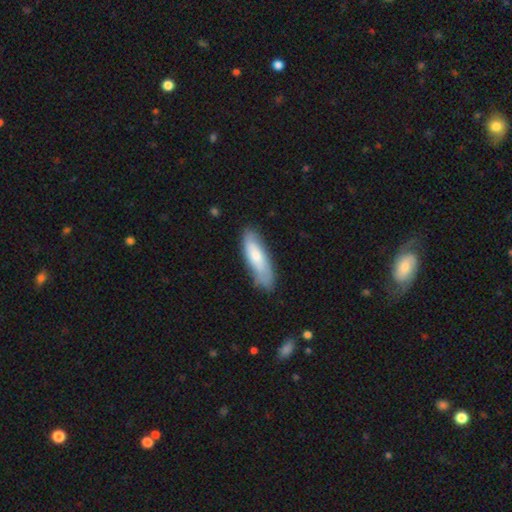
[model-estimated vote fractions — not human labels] Overall: smooth (64%; featured or disk 30%). How rounded: cigar-shaped (55%; in between 43%). Merging: none (74%).